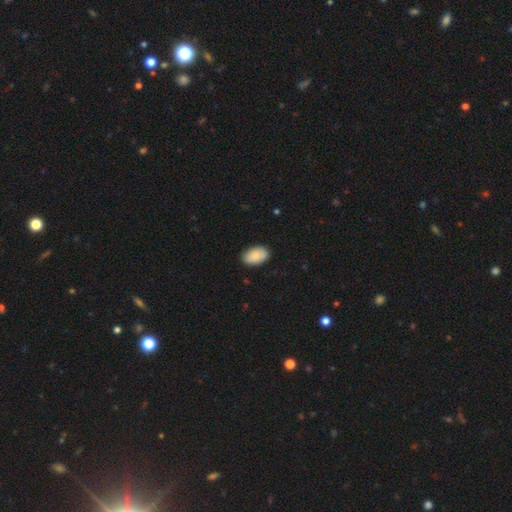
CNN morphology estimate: smooth-or-featured: smooth: 88% | featured or disk: 6% | star or artifact: 6%
  how-rounded: in between: 94% | round: 5% | cigar-shaped: 1%
  merging: none: 88% | minor disturbance: 10% | major disturbance: 2% | merger: 1%